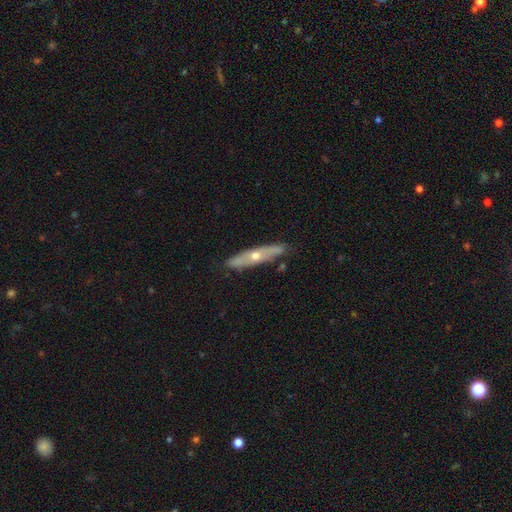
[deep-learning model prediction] smooth_or_featured: featured or disk (p=0.56) [alt: smooth p=0.38]
disk_edge_on: yes (p=0.69) [alt: no p=0.31]
merging: none (p=0.82) [alt: minor disturbance p=0.14]